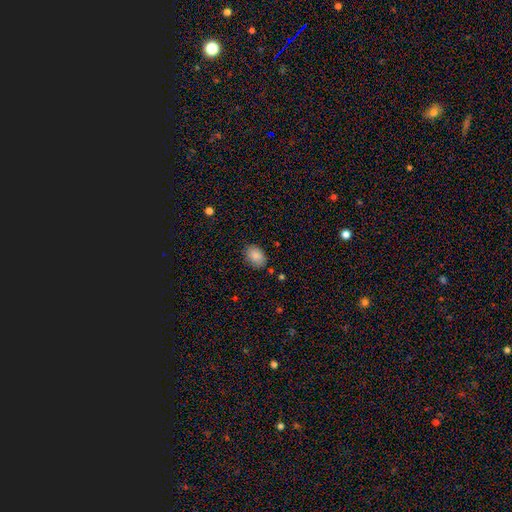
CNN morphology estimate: This appears to be a smooth galaxy with no disk features (86%) that is in between round and cigar-shaped (80%). Merging: none (82%).